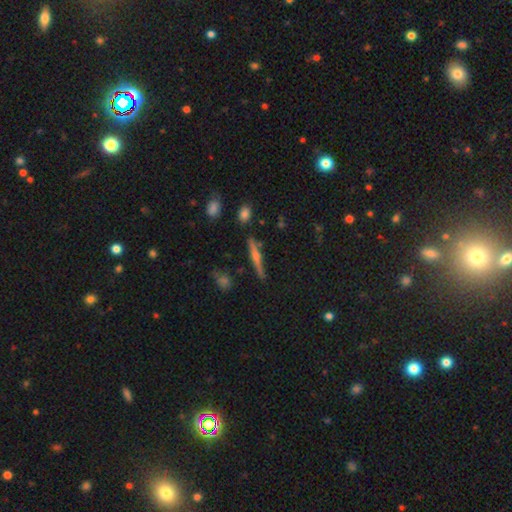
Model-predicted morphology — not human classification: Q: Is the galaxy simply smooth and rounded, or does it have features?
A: featured or disk — 63%.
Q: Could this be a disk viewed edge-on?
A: yes — 97%.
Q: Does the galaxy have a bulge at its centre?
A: rounded — 83%.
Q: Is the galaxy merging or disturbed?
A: none — 85%.